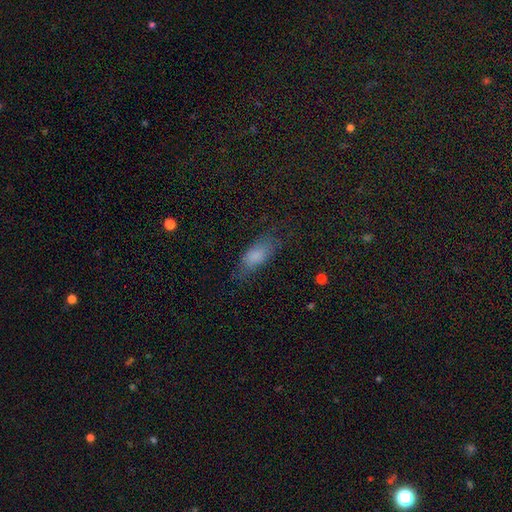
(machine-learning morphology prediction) Q: Smooth or featured?
A: smooth (77%); runner-up: featured or disk (13%)
Q: How rounded?
A: in between (79%); runner-up: cigar-shaped (18%)
Q: Merging?
A: none (67%); runner-up: minor disturbance (22%)